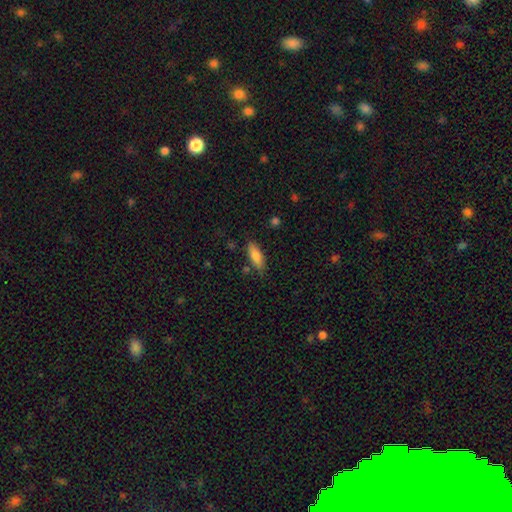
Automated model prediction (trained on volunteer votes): Smooth or featured?
  - smooth: 81% *
  - featured or disk: 12%
  - star or artifact: 7%
How rounded?
  - in between: 65% *
  - cigar-shaped: 33%
  - round: 2%
Merging?
  - none: 79% *
  - minor disturbance: 15%
  - merger: 3%
  - major disturbance: 3%